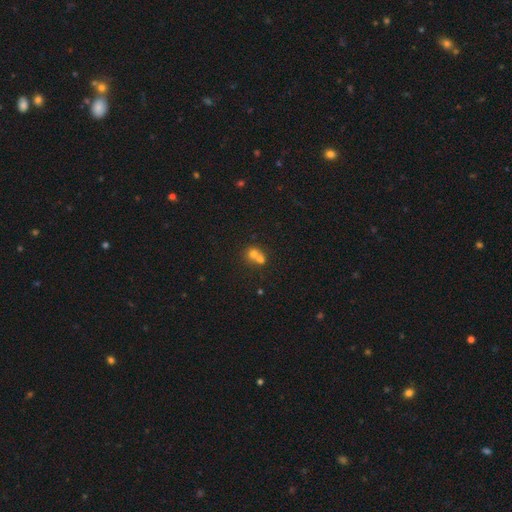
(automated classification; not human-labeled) Smooth or featured? smooth (67%)
How rounded? round (75%)
Merging? merger (64%)